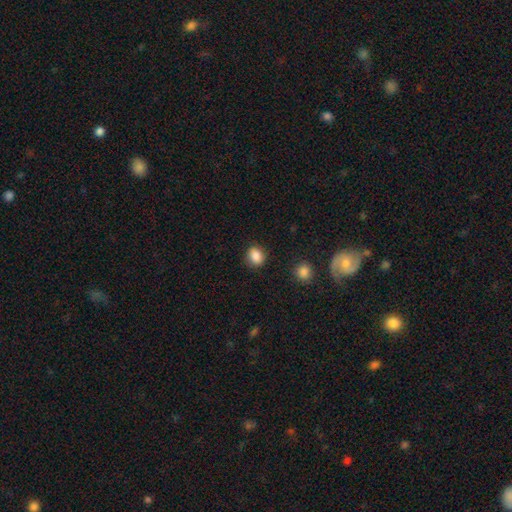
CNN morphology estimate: Smooth or featured? smooth (87%)
How rounded? round (61%)
Merging? none (86%)